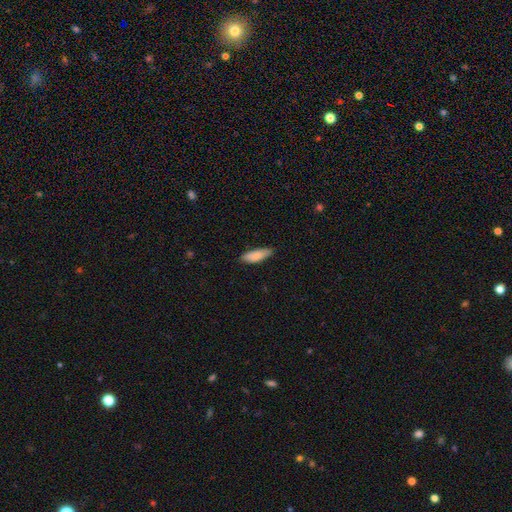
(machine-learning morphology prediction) type=smooth (86%); roundness=in between (60%); merging=none (80%).